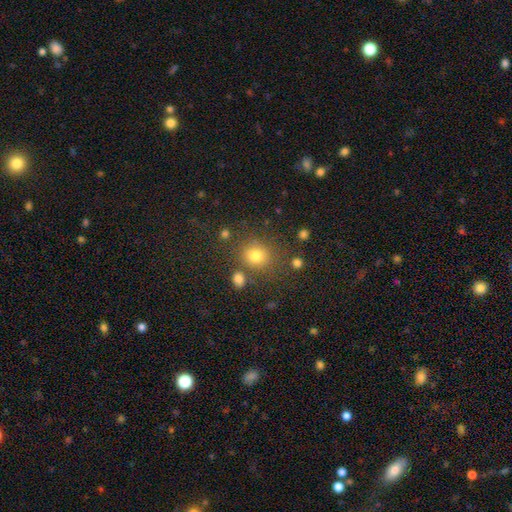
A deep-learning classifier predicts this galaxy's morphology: smooth-or-featured: smooth: 76% | star or artifact: 16% | featured or disk: 7%
  how-rounded: round: 79% | in between: 20% | cigar-shaped: 1%
  merging: none: 75% | minor disturbance: 11% | merger: 9% | major disturbance: 5%